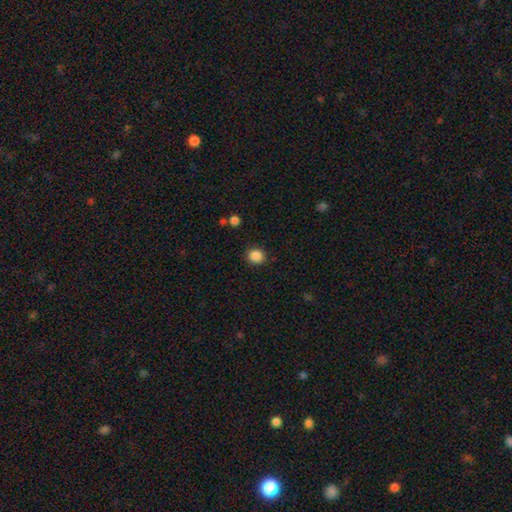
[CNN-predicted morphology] Smooth or featured? Predicted: smooth (p=0.87). How rounded? Predicted: round (p=0.81). Merging? Predicted: none (p=0.89).